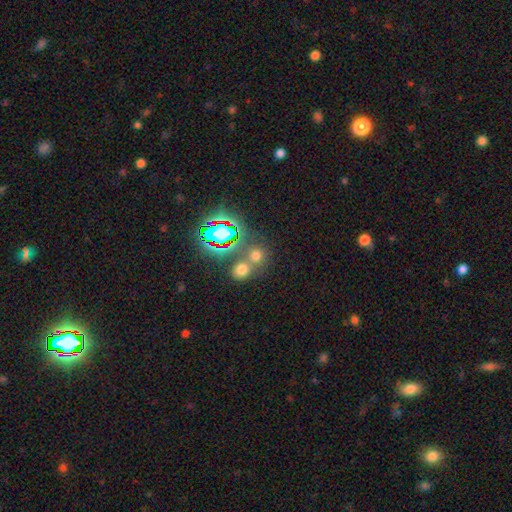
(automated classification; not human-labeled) Smooth or featured? Predicted: smooth (p=0.56). How rounded? Predicted: round (p=0.80). Merging? Predicted: none (p=0.56).